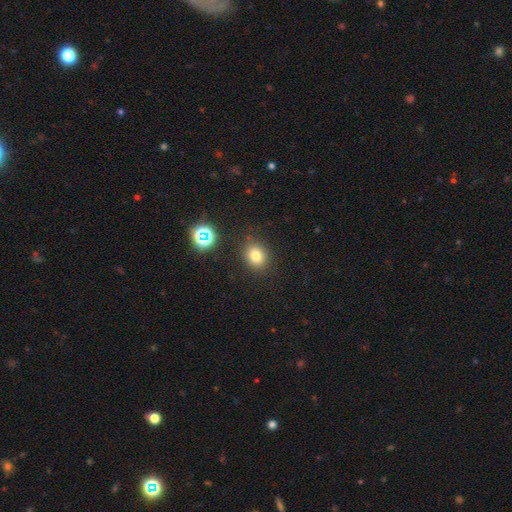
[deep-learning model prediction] Morphology: type=smooth (76%); roundness=round (57%); merging=none (85%).